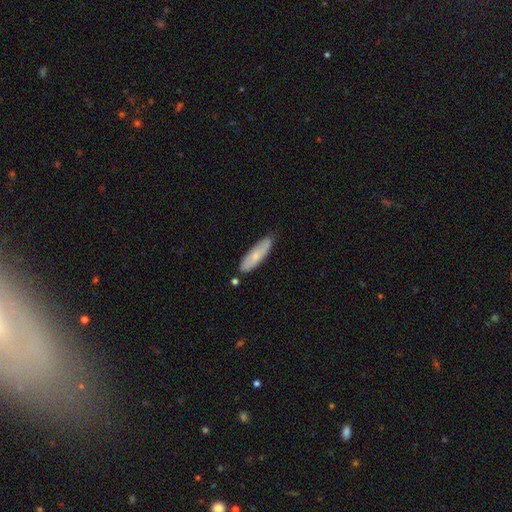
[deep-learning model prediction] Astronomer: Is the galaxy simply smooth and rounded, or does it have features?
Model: smooth — 69%.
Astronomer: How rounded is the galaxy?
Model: cigar-shaped — 61% (runner-up: in between, 37%).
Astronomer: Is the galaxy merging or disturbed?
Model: none — 78%.